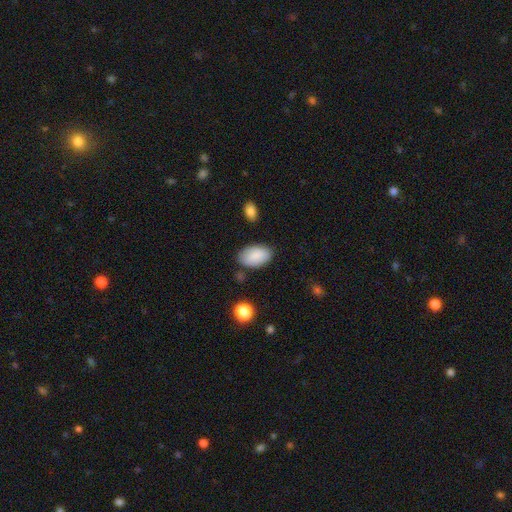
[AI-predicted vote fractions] This is clearly a smooth galaxy (87%). How rounded: clearly in between (94%). Merging: likely none (79%).